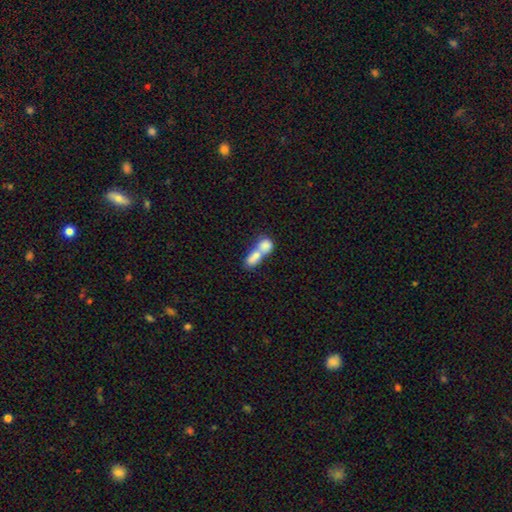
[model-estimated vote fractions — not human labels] Morphology: type=smooth (73%); roundness=in between (64%); merging=merger (78%).